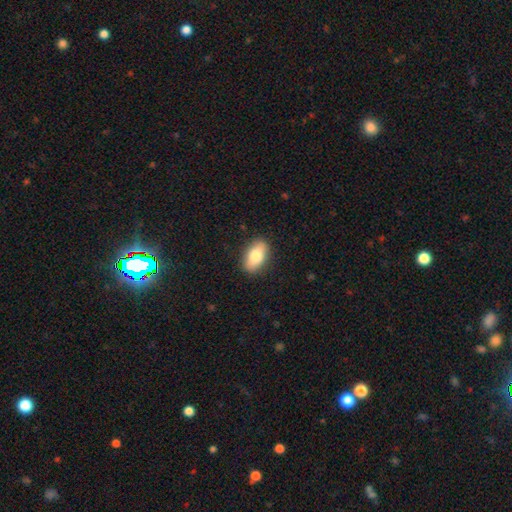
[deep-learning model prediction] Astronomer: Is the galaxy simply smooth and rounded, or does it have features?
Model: smooth — 78%.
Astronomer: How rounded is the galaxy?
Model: in between — 89%.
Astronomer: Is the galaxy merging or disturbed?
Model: none — 87%.